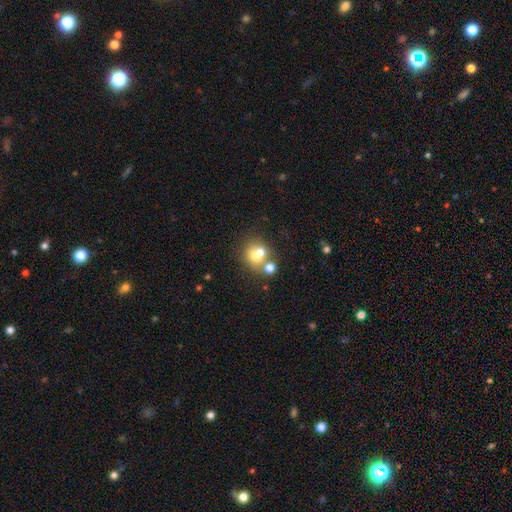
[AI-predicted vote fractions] Morphology: type=smooth (64%); roundness=round (71%); merging=merger (47%).